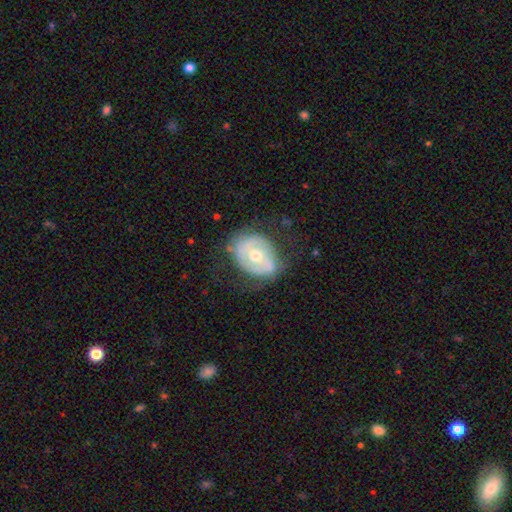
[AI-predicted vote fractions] smooth-or-featured: featured or disk: 63% | smooth: 30% | star or artifact: 7%
  disk-edge-on: no: 95% | yes: 5%
    bar: no: 50% | weak: 32% | strong: 18%
    has-spiral-arms: no: 56% | yes: 44%
    bulge-size: moderate: 67% | small: 28% | large: 3% | none: 1% | dominant: 1%
  merging: none: 58% | minor disturbance: 27% | major disturbance: 14% | merger: 2%